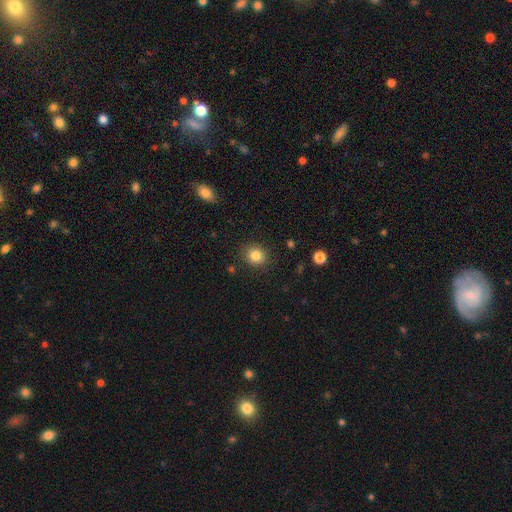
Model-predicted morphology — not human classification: Q: Smooth or featured?
A: smooth (84%); runner-up: star or artifact (11%)
Q: How rounded?
A: round (80%); runner-up: in between (19%)
Q: Merging?
A: none (88%); runner-up: minor disturbance (8%)